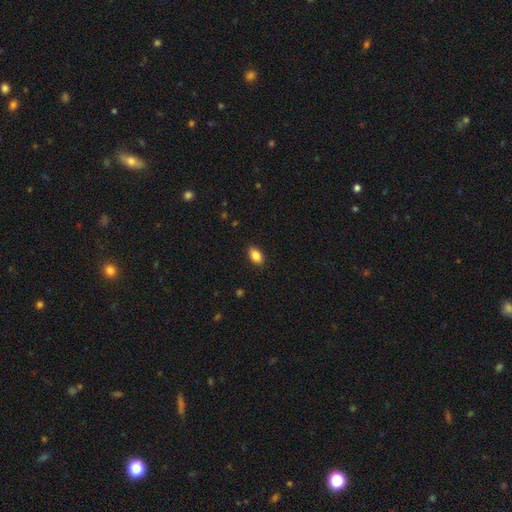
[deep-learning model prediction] A smooth galaxy with no disk features (86%) that is in between round and cigar-shaped (89%).

Vote fractions:
- Smooth or featured? smooth: 86% / star or artifact: 8% / featured or disk: 6%
- How rounded? in between: 89% / round: 9% / cigar-shaped: 2%
- Merging? none: 89% / minor disturbance: 8% / major disturbance: 2% / merger: 1%